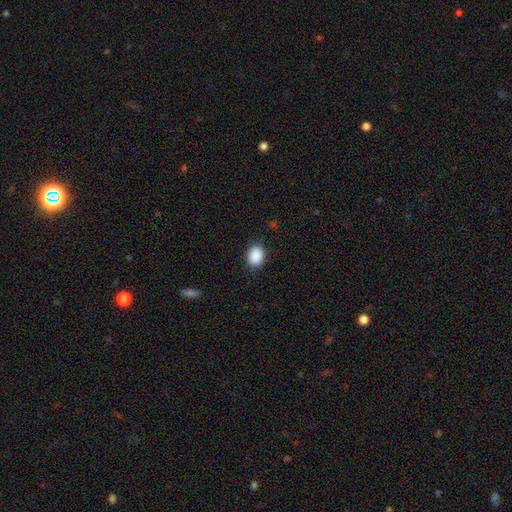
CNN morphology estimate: Overall: smooth (90%). How rounded: in between (69%; round 30%). Merging: none (88%).